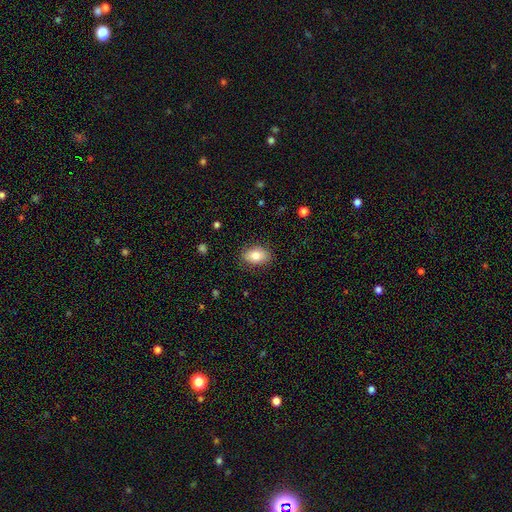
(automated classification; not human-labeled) Smooth or featured: smooth — 80% (featured or disk — 13%)
How rounded: in between — 85% (round — 14%)
Merging: none — 85% (minor disturbance — 11%)